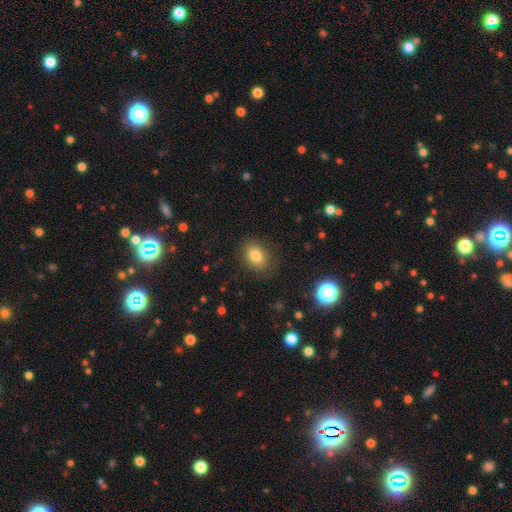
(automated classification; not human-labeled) Smooth or featured?
  - smooth: 81% *
  - star or artifact: 11%
  - featured or disk: 8%
How rounded?
  - in between: 69% *
  - round: 29%
  - cigar-shaped: 1%
Merging?
  - none: 84% *
  - minor disturbance: 11%
  - major disturbance: 4%
  - merger: 1%